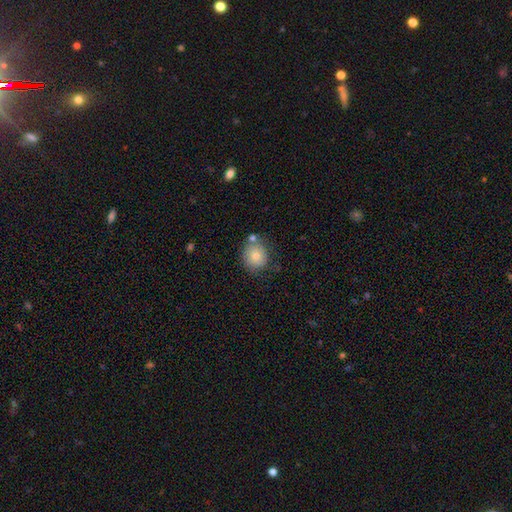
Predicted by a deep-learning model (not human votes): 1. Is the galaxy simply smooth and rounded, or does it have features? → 75% smooth, 16% featured or disk, 9% star or artifact.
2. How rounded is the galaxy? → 83% round, 16% in between, 1% cigar-shaped.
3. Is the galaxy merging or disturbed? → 67% none, 17% minor disturbance, 12% merger, 5% major disturbance.